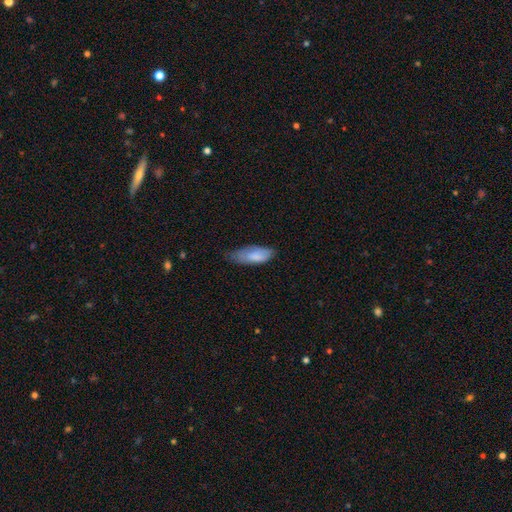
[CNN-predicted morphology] smooth 79%, featured or disk 15%, star or artifact 6%. Down the decision tree: how rounded — in between (76%); merging — minor disturbance (44%).